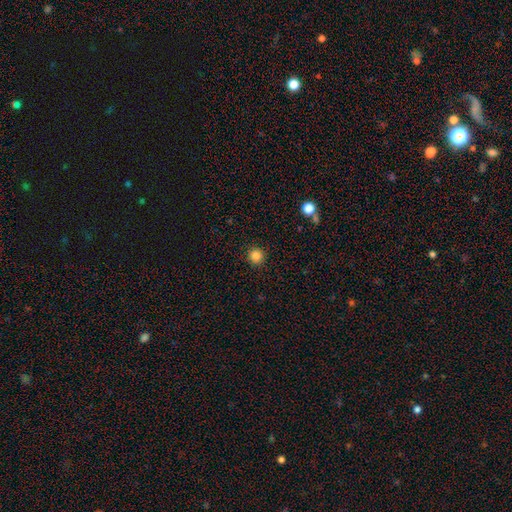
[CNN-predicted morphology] smooth_or_featured: smooth (p=0.85) [alt: star or artifact p=0.12]
how_rounded: round (p=0.96) [alt: in between p=0.03]
merging: none (p=0.92) [alt: minor disturbance p=0.05]